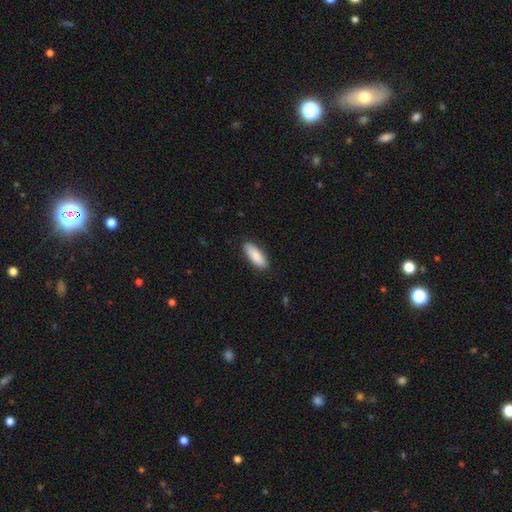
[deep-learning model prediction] Smooth or featured?
  - smooth: 88% *
  - featured or disk: 7%
  - star or artifact: 5%
How rounded?
  - in between: 70% *
  - cigar-shaped: 28%
  - round: 2%
Merging?
  - none: 88% *
  - minor disturbance: 10%
  - major disturbance: 2%
  - merger: 1%